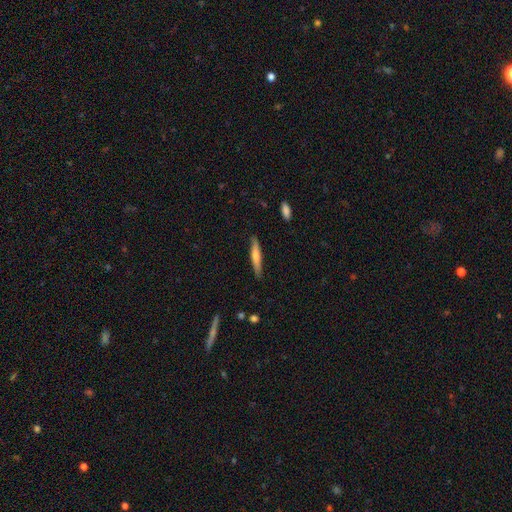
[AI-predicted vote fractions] The model was most divided on "smooth or featured": smooth: 59%, featured or disk: 35%, star or artifact: 6%. More confident: how rounded — cigar-shaped (91%); merging — none (86%).